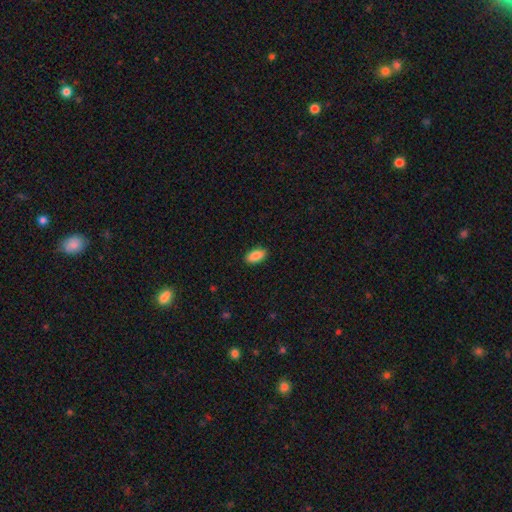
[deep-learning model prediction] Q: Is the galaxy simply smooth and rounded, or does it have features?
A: smooth — 88%.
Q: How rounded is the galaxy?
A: in between — 92%.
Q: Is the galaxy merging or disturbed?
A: none — 90%.